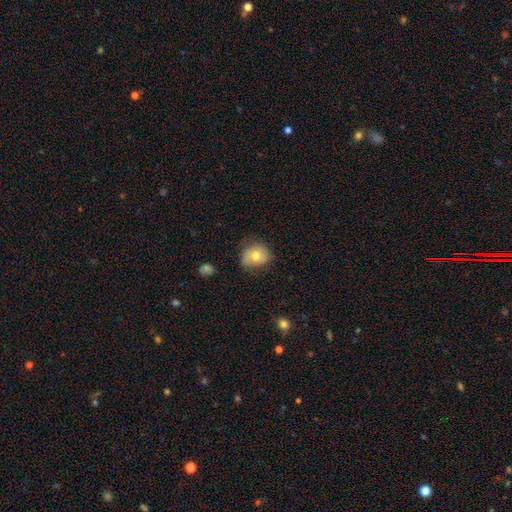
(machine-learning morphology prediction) smooth 67%, featured or disk 25%, star or artifact 8%. Down the decision tree: how rounded — round (60%); merging — none (66%).